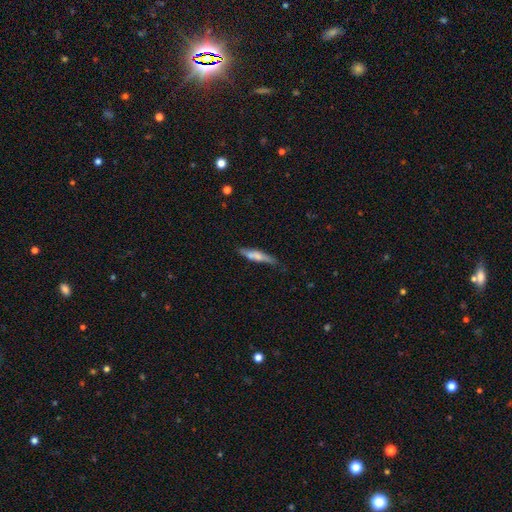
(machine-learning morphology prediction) This appears to be a smooth galaxy with no disk features (59%) that is cigar-shaped (86%). Merging: none (70%).